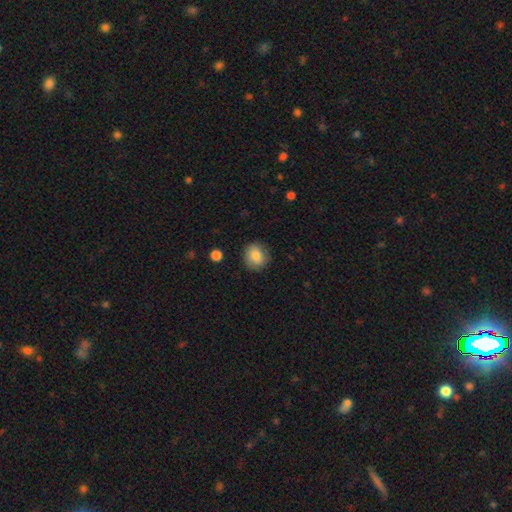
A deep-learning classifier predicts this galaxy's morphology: This appears to be a smooth galaxy with no disk features (84%) that is round (79%). Merging: none (86%).